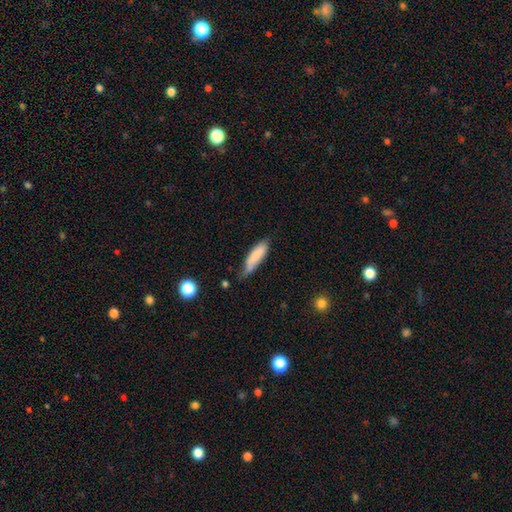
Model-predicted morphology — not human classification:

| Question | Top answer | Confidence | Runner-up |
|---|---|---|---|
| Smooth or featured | smooth | 80% | featured or disk (13%) |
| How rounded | cigar-shaped | 54% | in between (44%) |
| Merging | none | 49% | minor disturbance (39%) |